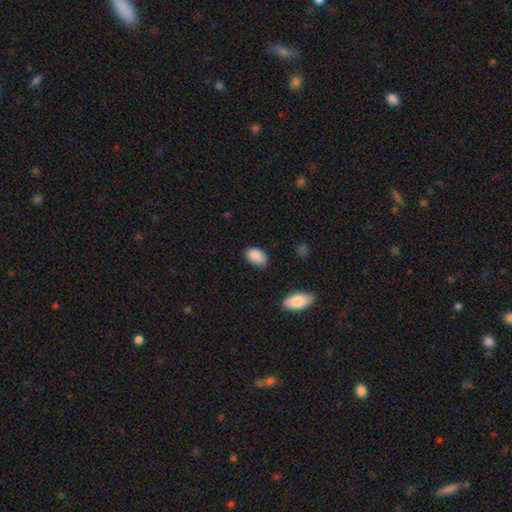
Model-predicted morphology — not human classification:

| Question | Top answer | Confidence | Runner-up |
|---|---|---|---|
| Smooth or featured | smooth | 88% | star or artifact (8%) |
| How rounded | in between | 91% | round (8%) |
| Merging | none | 73% | minor disturbance (21%) |